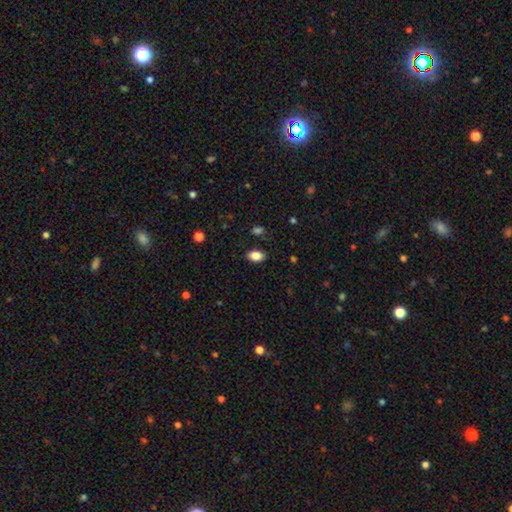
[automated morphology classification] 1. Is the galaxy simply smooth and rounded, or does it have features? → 85% smooth, 9% star or artifact, 6% featured or disk.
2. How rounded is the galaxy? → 87% in between, 11% round, 2% cigar-shaped.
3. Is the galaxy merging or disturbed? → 85% none, 11% minor disturbance, 3% major disturbance, 1% merger.